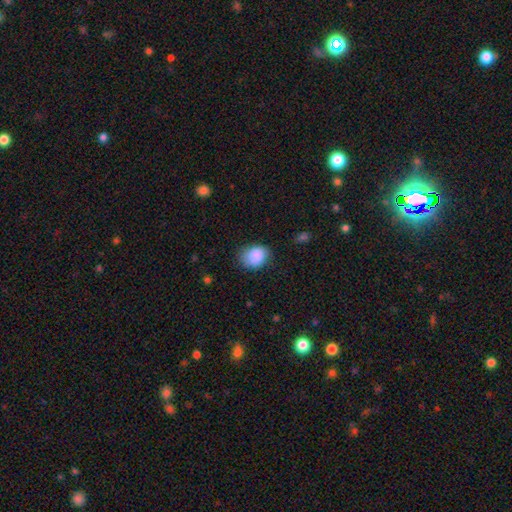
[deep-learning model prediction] A smooth galaxy with no disk features (86%) that is in between round and cigar-shaped (52%). Merging: none (63%).